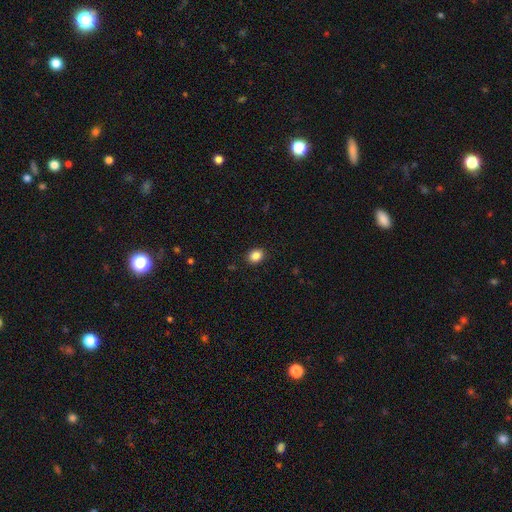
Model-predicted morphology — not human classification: A smooth galaxy with no disk features (87%) that is round (50%). Merging: none (89%).